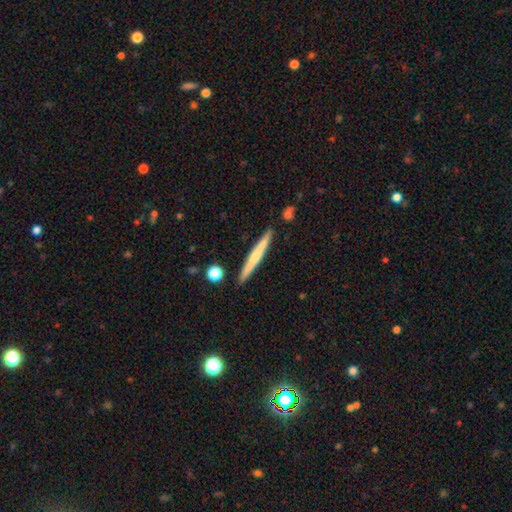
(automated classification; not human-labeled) smooth 50%, featured or disk 45%, star or artifact 6%. Down the decision tree: merging — none (91%).